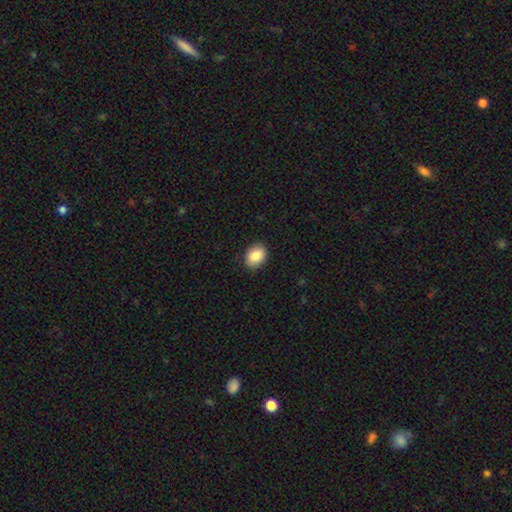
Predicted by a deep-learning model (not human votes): Q: Smooth or featured?
A: smooth (87%); runner-up: star or artifact (7%)
Q: How rounded?
A: in between (72%); runner-up: round (27%)
Q: Merging?
A: none (88%); runner-up: minor disturbance (9%)